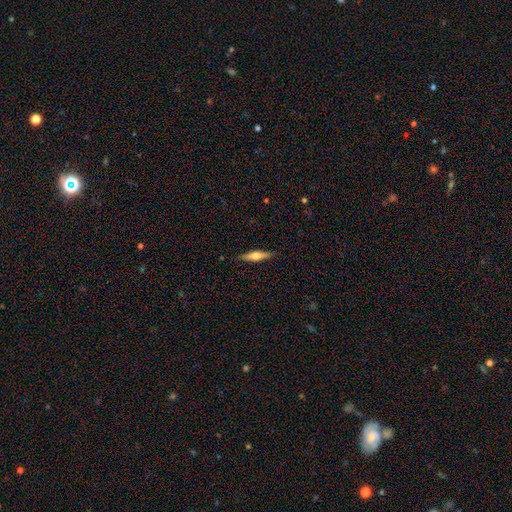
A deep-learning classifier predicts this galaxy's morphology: A featured or disk galaxy (56%) viewed edge-on (96%) with a rounded central bulge (89%). Merging: none (89%).